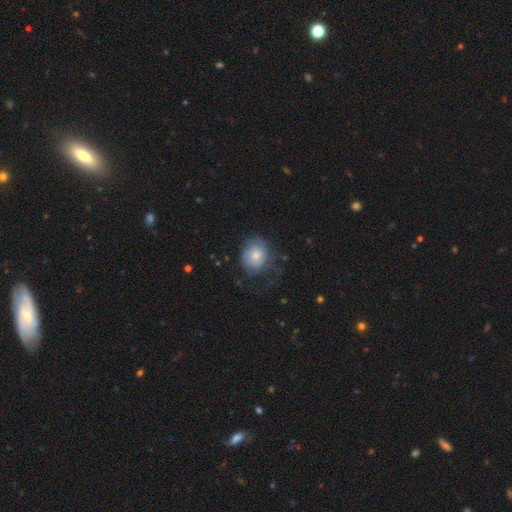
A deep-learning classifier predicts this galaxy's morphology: A smooth galaxy with no disk features (68%) that is round (67%).

Vote fractions:
- Smooth or featured? smooth: 68% / featured or disk: 25% / star or artifact: 7%
- How rounded? round: 67% / in between: 32% / cigar-shaped: 1%
- Merging? none: 50% / minor disturbance: 26% / major disturbance: 22% / merger: 1%